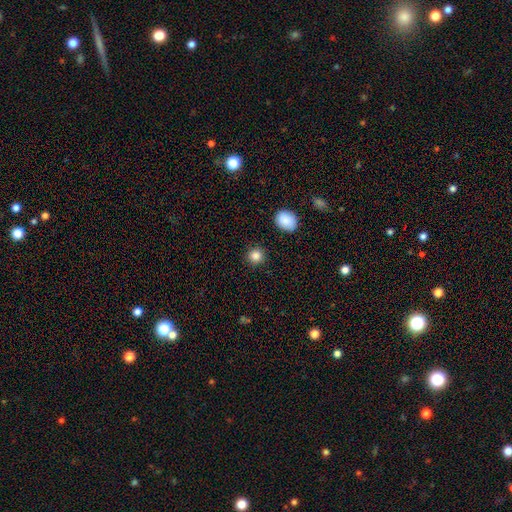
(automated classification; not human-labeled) Smooth or featured?
  - smooth: 86% *
  - star or artifact: 11%
  - featured or disk: 4%
How rounded?
  - round: 91% *
  - in between: 8%
  - cigar-shaped: 1%
Merging?
  - none: 91% *
  - minor disturbance: 6%
  - major disturbance: 2%
  - merger: 2%